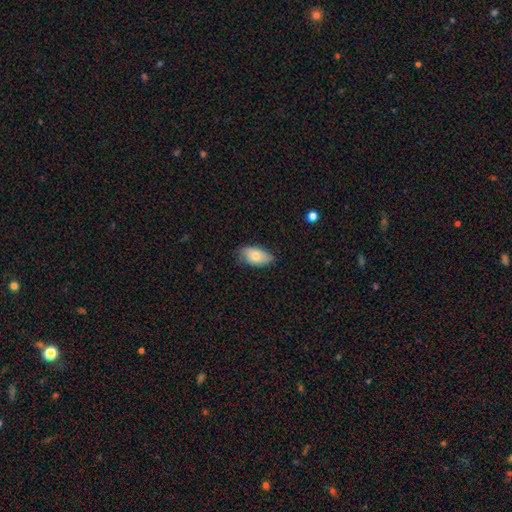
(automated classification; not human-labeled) The model was most divided on "merging": none: 72%, minor disturbance: 23%, major disturbance: 4%, merger: 1%. More confident: how rounded — in between (93%); smooth or featured — smooth (74%).